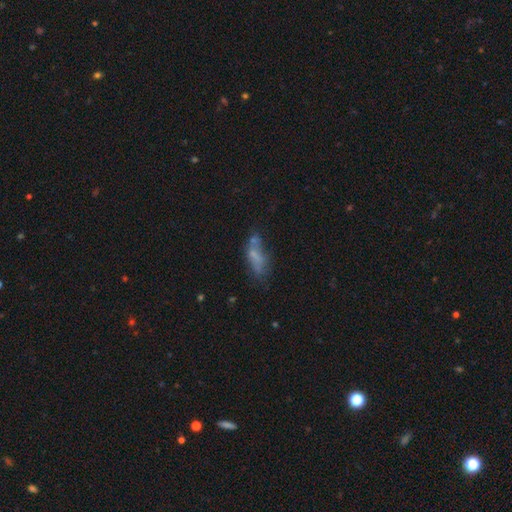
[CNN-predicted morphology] This is possibly a smooth galaxy (52%). How rounded: likely in between (62%). Merging: marginally none (40%).